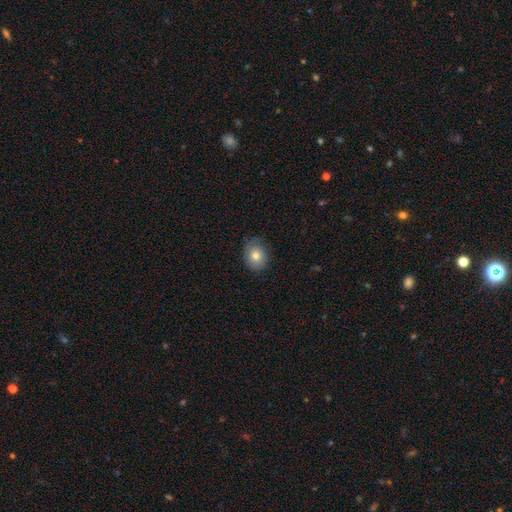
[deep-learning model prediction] smooth_or_featured: smooth (p=0.78) [alt: featured or disk p=0.13]
how_rounded: in between (p=0.53) [alt: round p=0.46]
merging: none (p=0.80) [alt: minor disturbance p=0.16]